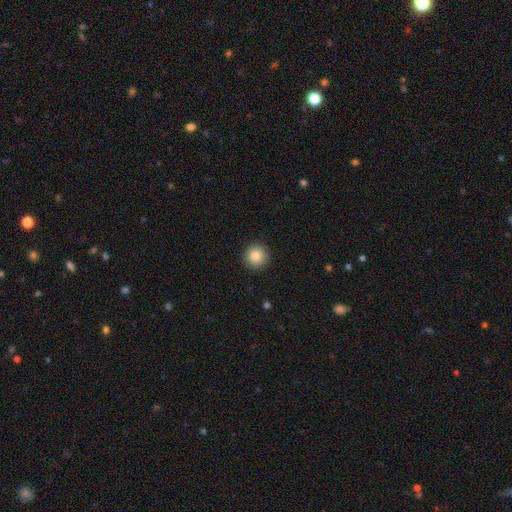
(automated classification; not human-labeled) Smooth or featured? smooth (85%)
How rounded? round (95%)
Merging? none (92%)